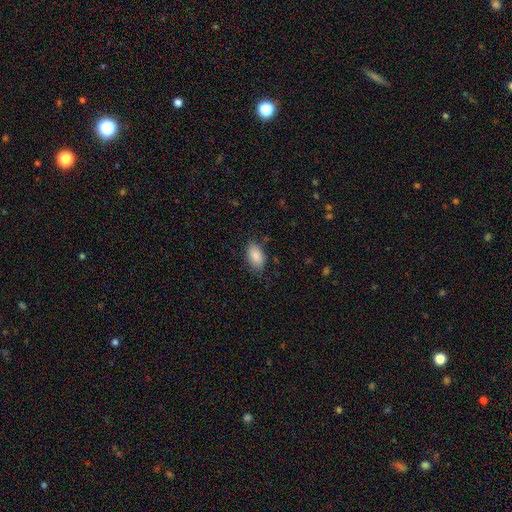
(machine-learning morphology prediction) smooth_or_featured: smooth (p=0.86) [alt: star or artifact p=0.07]
how_rounded: in between (p=0.92) [alt: round p=0.06]
merging: none (p=0.79) [alt: minor disturbance p=0.16]